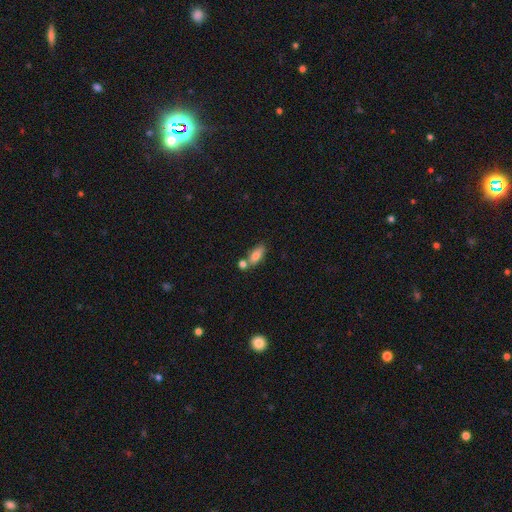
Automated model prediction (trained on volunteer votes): Q: Smooth or featured?
A: smooth (81%); runner-up: featured or disk (11%)
Q: How rounded?
A: in between (77%); runner-up: cigar-shaped (19%)
Q: Merging?
A: none (56%); runner-up: merger (27%)